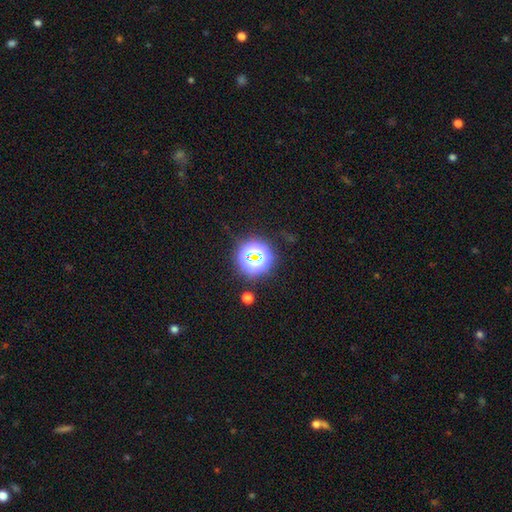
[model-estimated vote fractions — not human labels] star or artifact 58%, smooth 31%, featured or disk 11%.